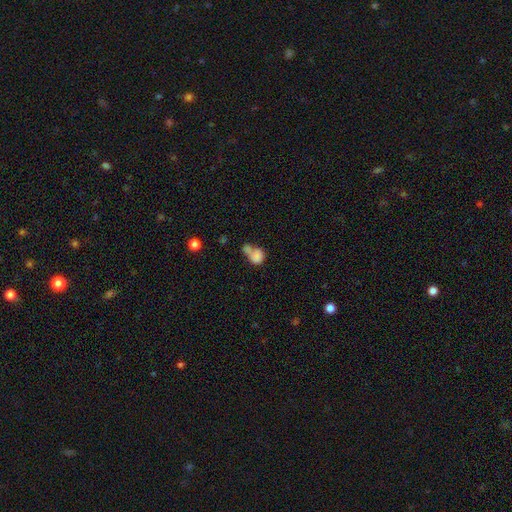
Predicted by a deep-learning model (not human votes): smooth_or_featured: smooth (p=0.77) [alt: featured or disk p=0.13]
how_rounded: round (p=0.52) [alt: in between p=0.46]
merging: merger (p=0.53) [alt: none p=0.22]